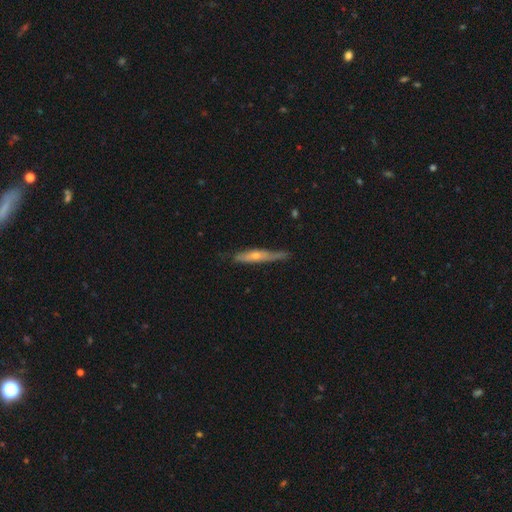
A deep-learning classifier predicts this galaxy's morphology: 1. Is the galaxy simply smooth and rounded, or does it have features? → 58% featured or disk, 36% smooth, 6% star or artifact.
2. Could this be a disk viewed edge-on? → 80% yes, 20% no.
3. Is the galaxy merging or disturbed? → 65% none, 27% minor disturbance, 6% major disturbance, 2% merger.